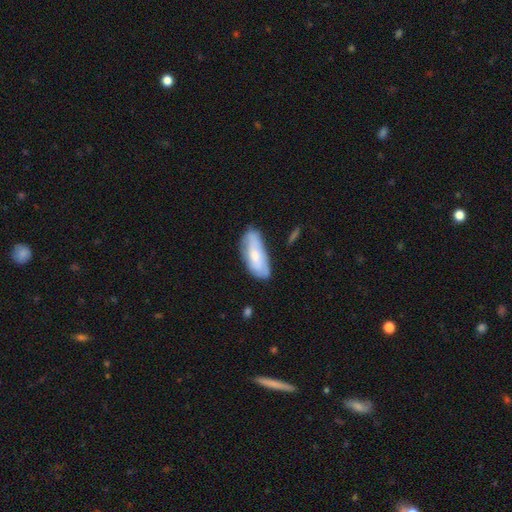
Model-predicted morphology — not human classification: smooth_or_featured: smooth (p=0.60) [alt: featured or disk p=0.33]
how_rounded: in between (p=0.81) [alt: cigar-shaped p=0.17]
merging: none (p=0.67) [alt: minor disturbance p=0.24]